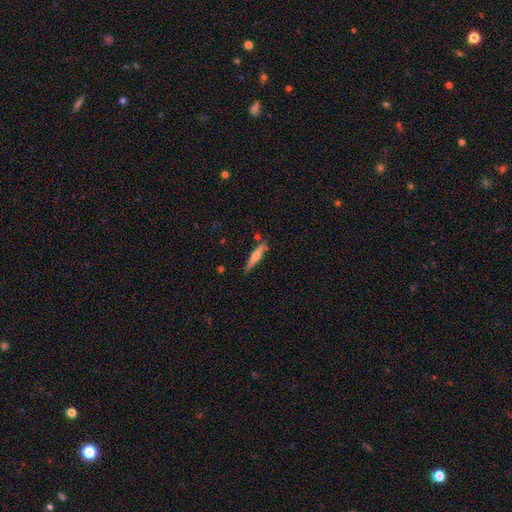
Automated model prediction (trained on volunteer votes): smooth_or_featured: featured or disk (p=0.57) [alt: smooth p=0.37]
disk_edge_on: yes (p=0.96) [alt: no p=0.04]
edge_on_bulge: rounded (p=0.82) [alt: boxy p=0.10]
merging: none (p=0.80) [alt: minor disturbance p=0.13]